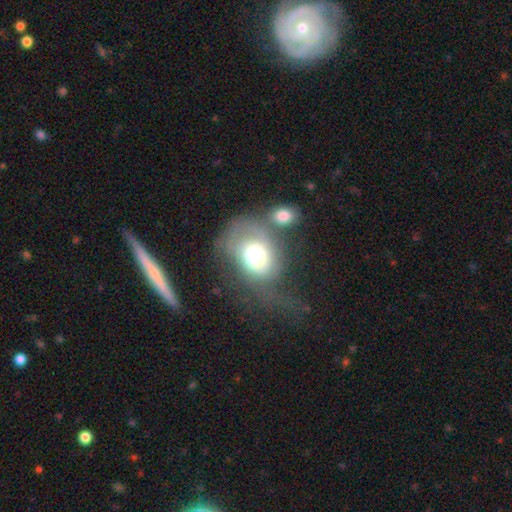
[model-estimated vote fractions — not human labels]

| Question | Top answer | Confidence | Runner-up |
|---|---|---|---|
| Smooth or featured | smooth | 55% | featured or disk (36%) |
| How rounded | in between | 52% | round (47%) |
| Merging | major disturbance | 32% | none (26%) |